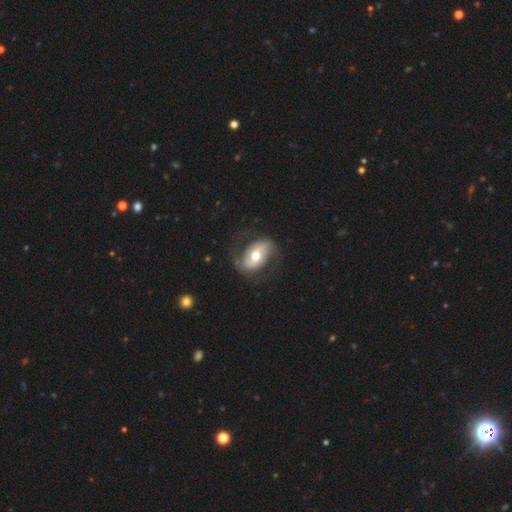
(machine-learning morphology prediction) Smooth or featured?
  - featured or disk: 63% *
  - smooth: 31%
  - star or artifact: 6%
Edge-on disk?
  - no: 94% *
  - yes: 6%
Bar?
  - no: 42% *
  - weak: 30%
  - strong: 28%
Spiral arms?
  - yes: 72% *
  - no: 28%
Bulge size?
  - moderate: 73% *
  - large: 13%
  - small: 12%
  - dominant: 1%
  - none: 1%
Merging?
  - none: 69% *
  - minor disturbance: 17%
  - major disturbance: 12%
  - merger: 1%